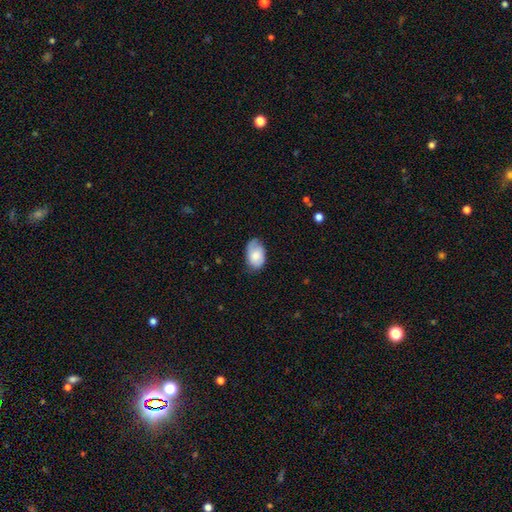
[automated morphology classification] Smooth or featured? Predicted: smooth (p=0.74). How rounded? Predicted: in between (p=0.89). Merging? Predicted: none (p=0.61).